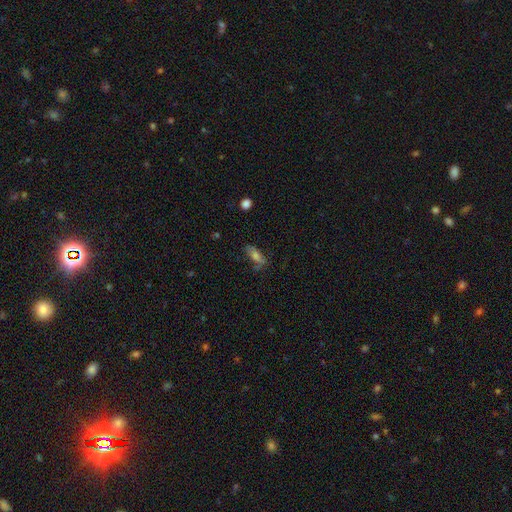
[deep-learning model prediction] Smooth or featured? smooth (58%)
How rounded? in between (66%)
Merging? none (62%)